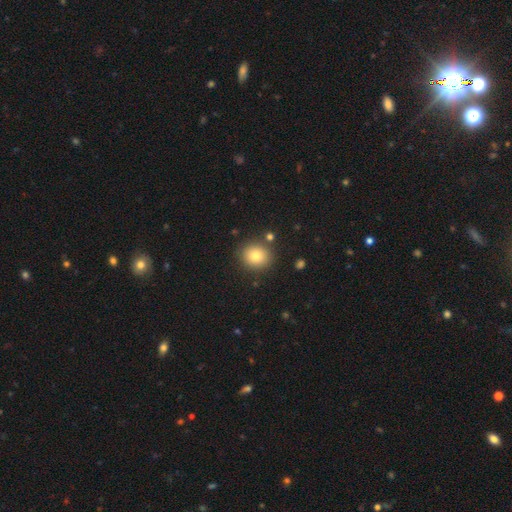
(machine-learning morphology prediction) Smooth or featured? Predicted: smooth (p=0.79). How rounded? Predicted: round (p=0.83). Merging? Predicted: none (p=0.86).